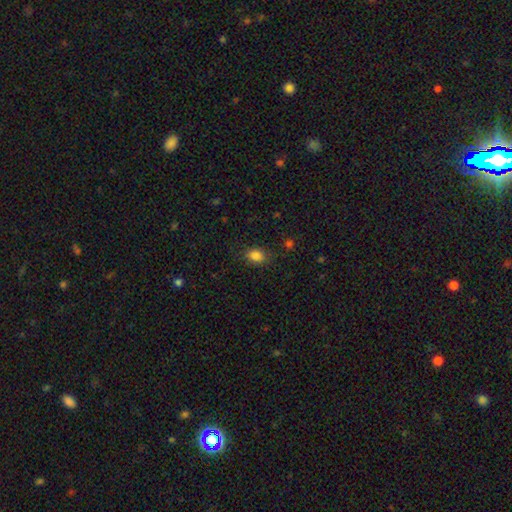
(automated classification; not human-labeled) Morphology: type=smooth (85%); roundness=in between (69%); merging=none (82%).